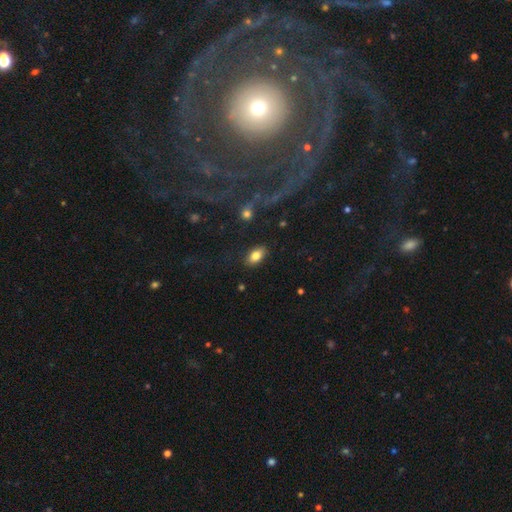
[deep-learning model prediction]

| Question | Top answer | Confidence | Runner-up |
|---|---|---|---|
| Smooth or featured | smooth | 81% | featured or disk (11%) |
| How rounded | in between | 91% | round (7%) |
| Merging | none | 86% | minor disturbance (10%) |